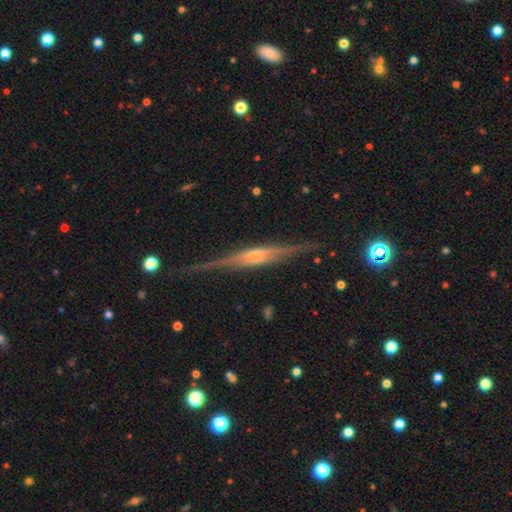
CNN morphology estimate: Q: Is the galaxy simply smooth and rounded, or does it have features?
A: featured or disk — 82%.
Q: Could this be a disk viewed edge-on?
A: yes — 97%.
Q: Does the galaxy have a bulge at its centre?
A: rounded — 68%.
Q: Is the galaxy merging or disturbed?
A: none — 82%.